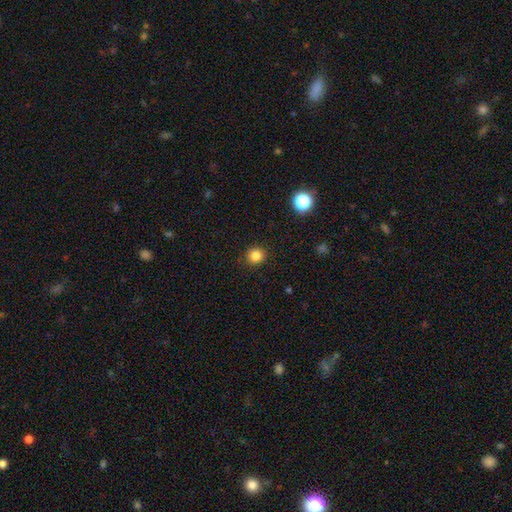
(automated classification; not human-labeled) Overall: smooth (84%). How rounded: round (90%). Merging: none (90%).